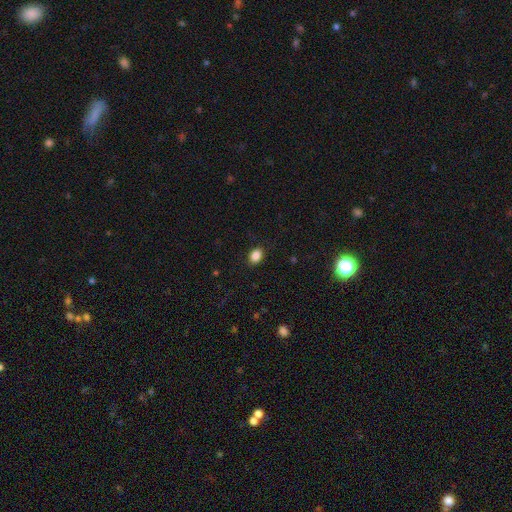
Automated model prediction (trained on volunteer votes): Overall: smooth (86%). How rounded: in between (75%). Merging: none (87%).